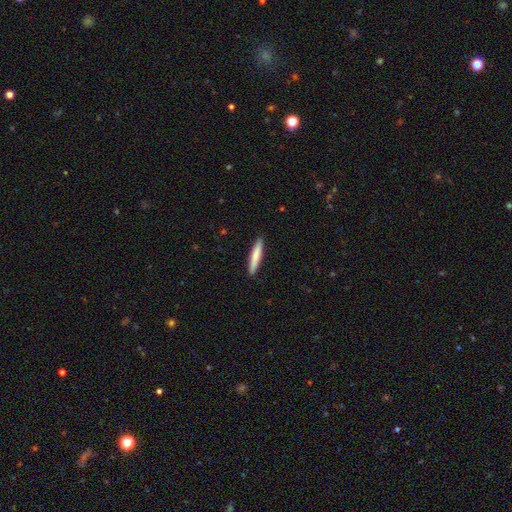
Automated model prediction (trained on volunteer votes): Smooth or featured?
  - smooth: 75% *
  - featured or disk: 19%
  - star or artifact: 5%
How rounded?
  - cigar-shaped: 92% *
  - in between: 7%
  - round: 1%
Merging?
  - none: 91% *
  - minor disturbance: 7%
  - major disturbance: 1%
  - merger: 1%